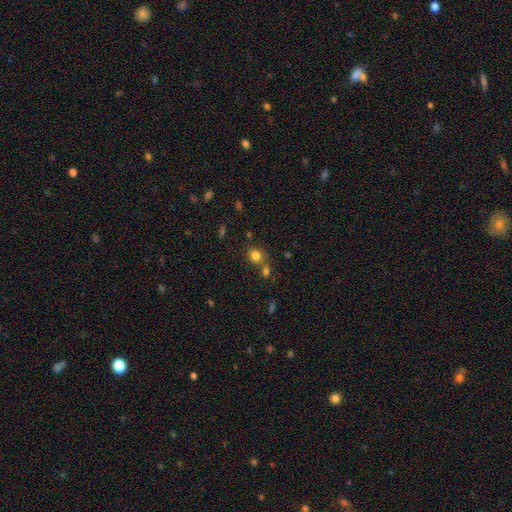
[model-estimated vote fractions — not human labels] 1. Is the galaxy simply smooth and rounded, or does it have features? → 81% smooth, 13% star or artifact, 7% featured or disk.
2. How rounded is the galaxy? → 80% round, 19% in between, 1% cigar-shaped.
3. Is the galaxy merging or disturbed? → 65% none, 22% merger, 10% minor disturbance, 4% major disturbance.